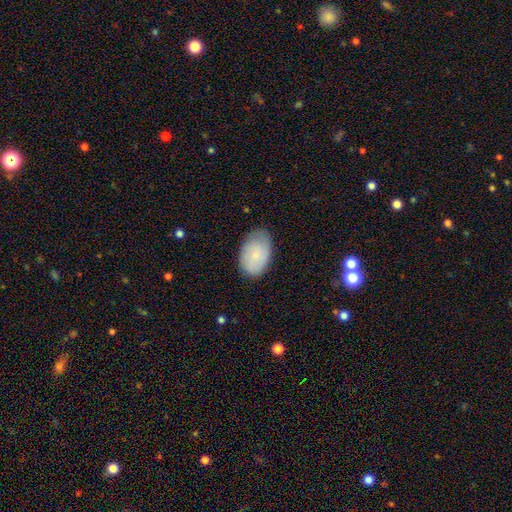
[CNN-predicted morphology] A smooth galaxy with no disk features (77%) that is in between round and cigar-shaped (90%). Merging: none (70%).